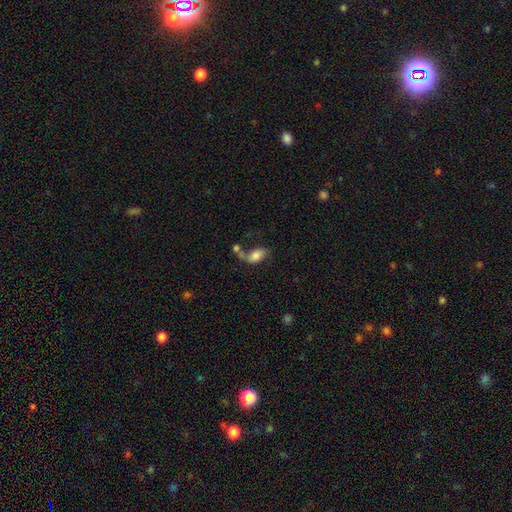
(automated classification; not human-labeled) A smooth galaxy with no disk features (71%) that is in between round and cigar-shaped (90%). Merging: merger (35%).